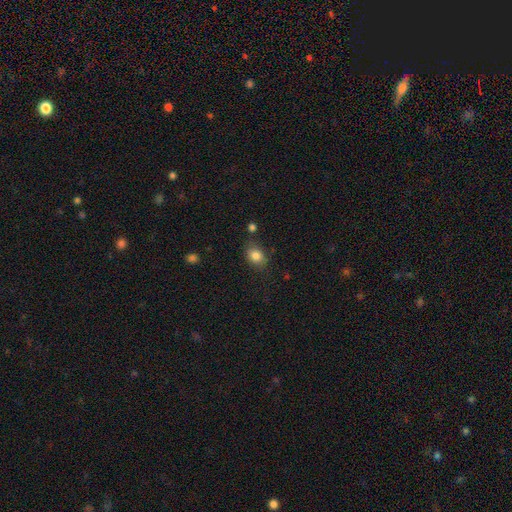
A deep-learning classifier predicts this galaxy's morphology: type=smooth (83%); roundness=in between (58%); merging=none (76%).